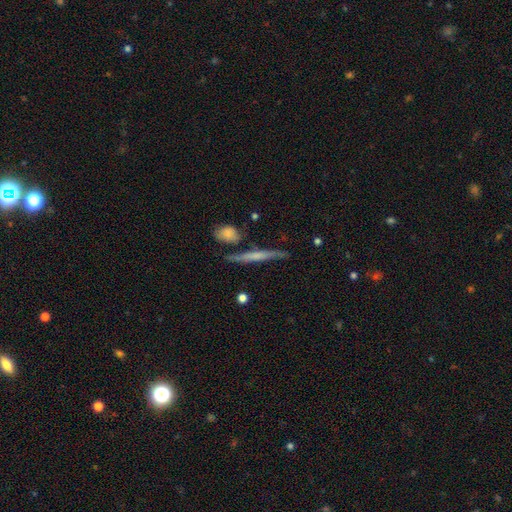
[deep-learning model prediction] This is possibly a featured or disk galaxy (57%). It is clearly viewed edge-on (92%). Edge-on bulge: possibly none (54%). Merging: likely none (76%).